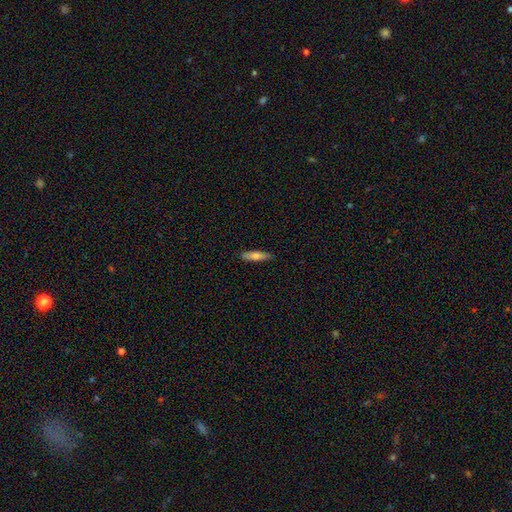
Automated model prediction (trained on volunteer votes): Morphology: type=smooth (71%); roundness=cigar-shaped (71%); merging=none (87%).